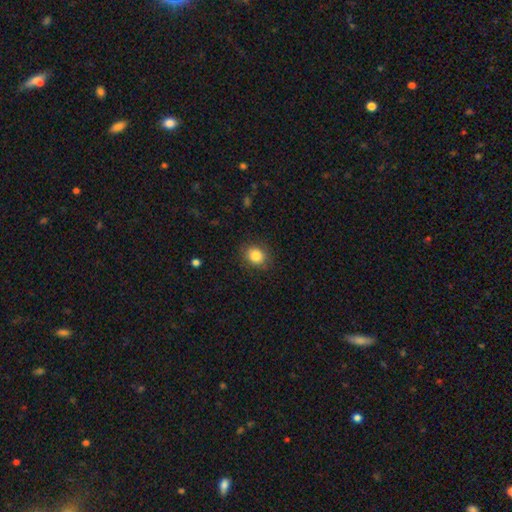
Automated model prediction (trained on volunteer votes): A smooth galaxy with no disk features (84%) that is round (58%). Merging: none (85%).